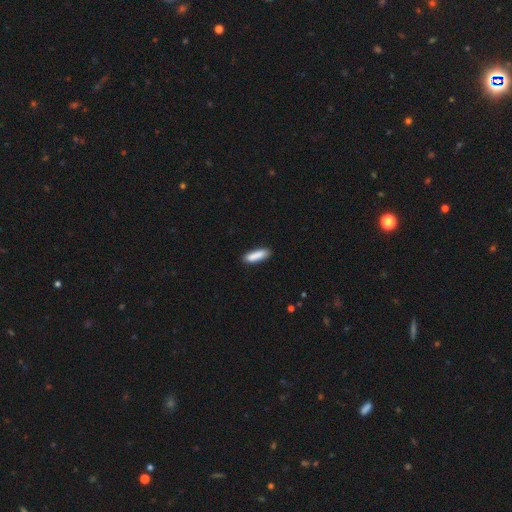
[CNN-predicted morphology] Q: Smooth or featured?
A: smooth (87%); runner-up: featured or disk (7%)
Q: How rounded?
A: cigar-shaped (61%); runner-up: in between (37%)
Q: Merging?
A: none (85%); runner-up: minor disturbance (11%)